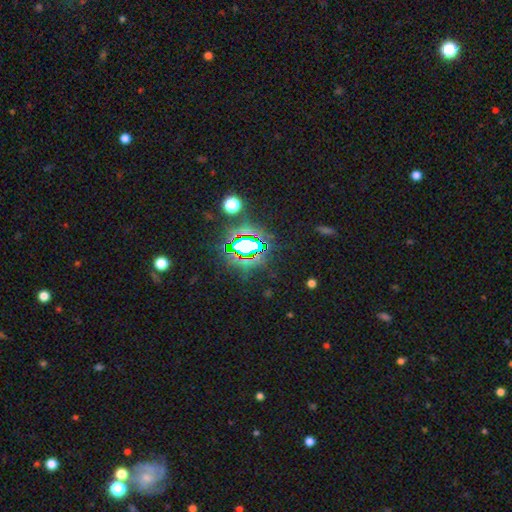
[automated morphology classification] Smooth or featured? star or artifact (77%)